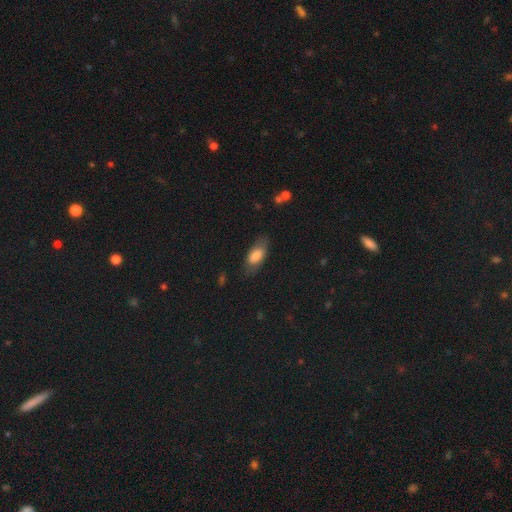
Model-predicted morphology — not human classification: smooth_or_featured: smooth (p=0.74) [alt: featured or disk p=0.19]
how_rounded: in between (p=0.87) [alt: cigar-shaped p=0.09]
merging: none (p=0.74) [alt: minor disturbance p=0.19]